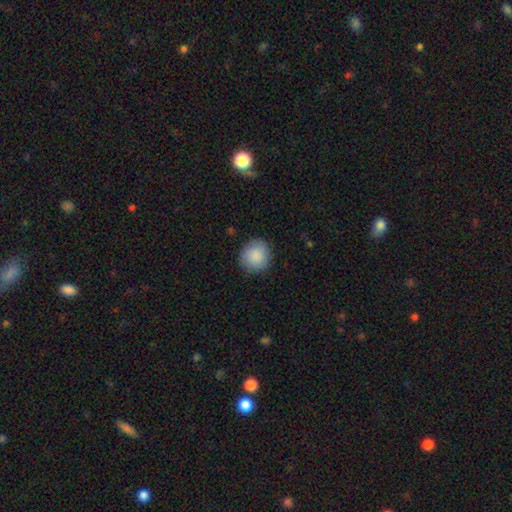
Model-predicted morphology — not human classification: Smooth or featured?
  - smooth: 88% *
  - star or artifact: 6%
  - featured or disk: 5%
How rounded?
  - round: 89% *
  - in between: 10%
  - cigar-shaped: 1%
Merging?
  - none: 87% *
  - minor disturbance: 10%
  - major disturbance: 3%
  - merger: 1%